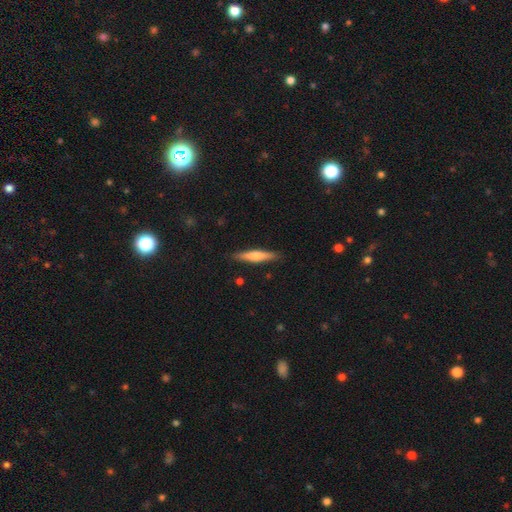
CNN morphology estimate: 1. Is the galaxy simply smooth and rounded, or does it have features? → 60% smooth, 35% featured or disk, 6% star or artifact.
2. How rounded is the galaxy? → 89% cigar-shaped, 10% in between, 1% round.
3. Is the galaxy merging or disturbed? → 89% none, 8% minor disturbance, 2% major disturbance, 1% merger.